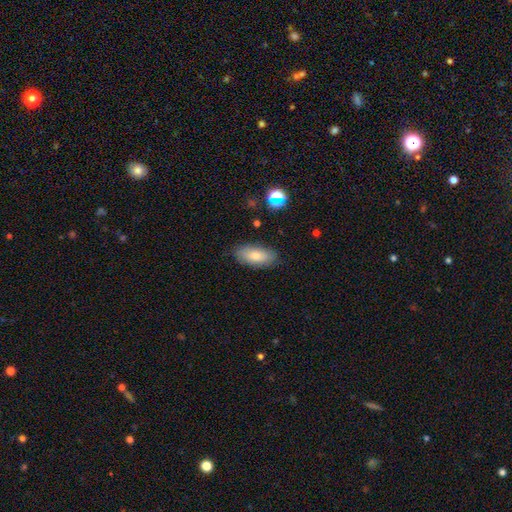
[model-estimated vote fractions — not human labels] This is likely a smooth galaxy (77%). How rounded: clearly in between (88%). Merging: clearly none (83%).